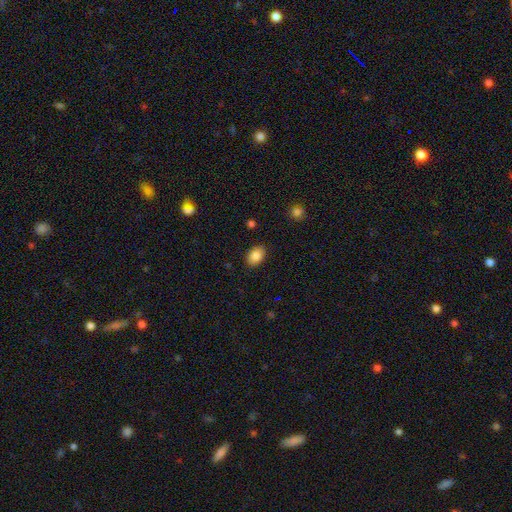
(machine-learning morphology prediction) Smooth or featured?
  - smooth: 87% *
  - star or artifact: 8%
  - featured or disk: 5%
How rounded?
  - in between: 81% *
  - round: 18%
  - cigar-shaped: 1%
Merging?
  - none: 87% *
  - minor disturbance: 10%
  - major disturbance: 2%
  - merger: 1%